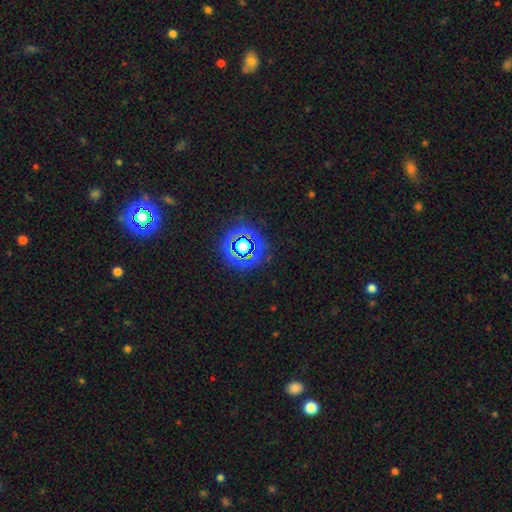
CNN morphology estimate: smooth-or-featured: star or artifact: 71% | smooth: 21% | featured or disk: 8%